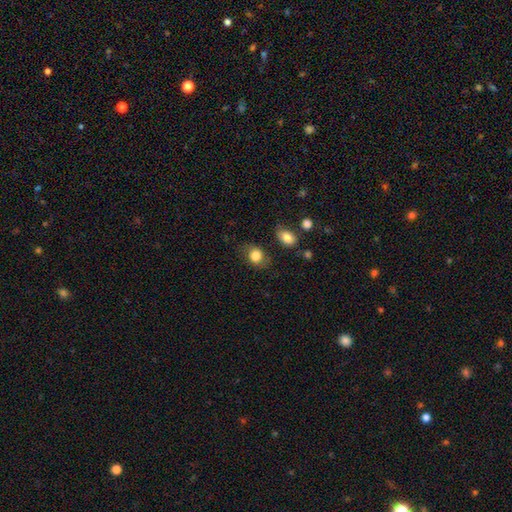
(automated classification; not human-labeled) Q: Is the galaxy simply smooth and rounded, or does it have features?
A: smooth — 82%.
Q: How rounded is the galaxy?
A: in between — 53%.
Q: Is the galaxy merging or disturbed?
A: none — 71%.